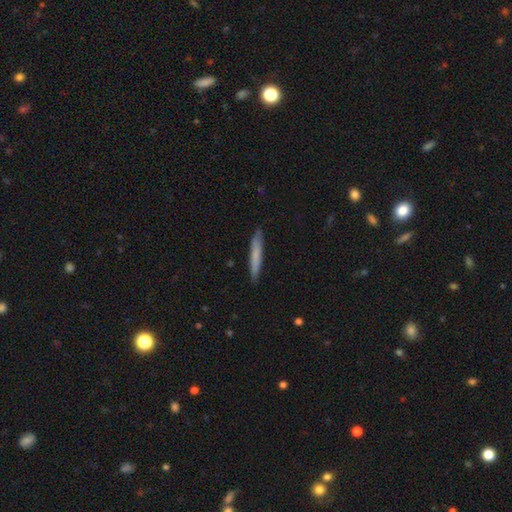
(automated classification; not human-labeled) Smooth or featured? Predicted: smooth (p=0.70). How rounded? Predicted: cigar-shaped (p=0.95). Merging? Predicted: none (p=0.89).